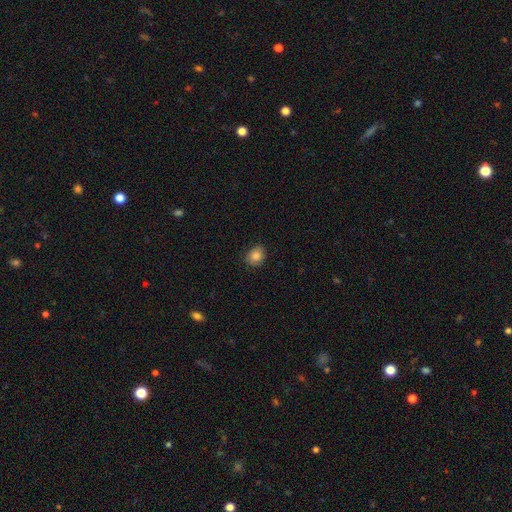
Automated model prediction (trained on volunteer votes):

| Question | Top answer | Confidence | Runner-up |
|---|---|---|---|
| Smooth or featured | smooth | 85% | star or artifact (9%) |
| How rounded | round | 61% | in between (38%) |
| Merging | none | 84% | minor disturbance (13%) |